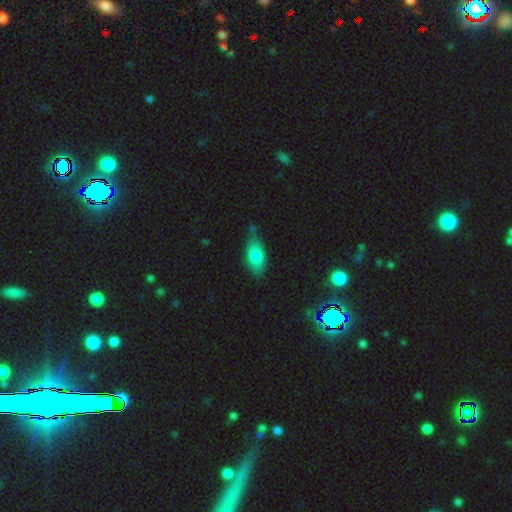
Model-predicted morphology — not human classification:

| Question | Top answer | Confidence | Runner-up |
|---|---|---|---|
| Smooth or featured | smooth | 79% | featured or disk (14%) |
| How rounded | in between | 87% | cigar-shaped (9%) |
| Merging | none | 67% | minor disturbance (24%) |